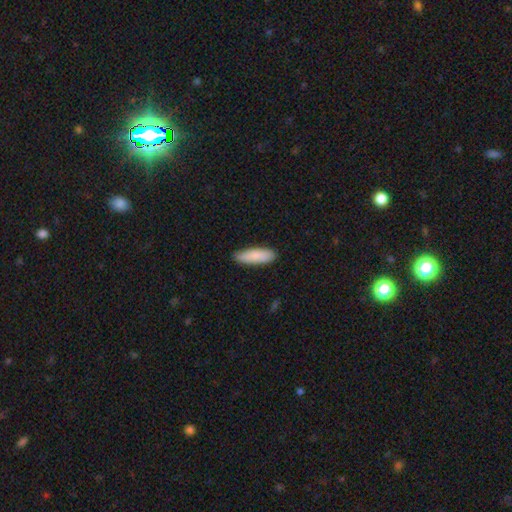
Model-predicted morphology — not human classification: Smooth or featured: smooth — 84% (featured or disk — 11%)
How rounded: in between — 51% (cigar-shaped — 48%)
Merging: none — 85% (minor disturbance — 12%)